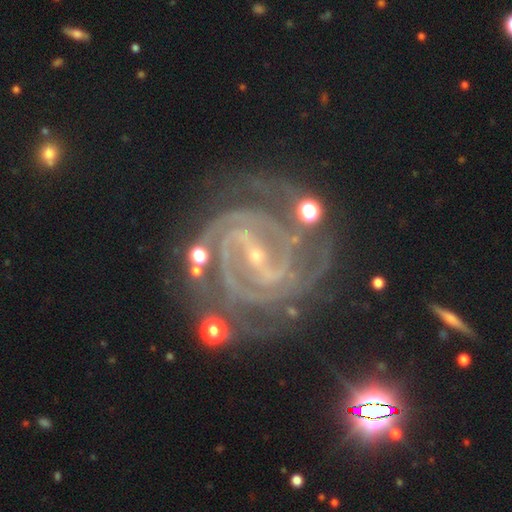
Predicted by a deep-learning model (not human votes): Morphology: type=featured or disk (92%); edge-on=no (97%); bar=strong (63%); spiral arms=yes (98%); winding=tight (67%); arm count=2 (43%); bulge=small (84%); merging=none (69%).